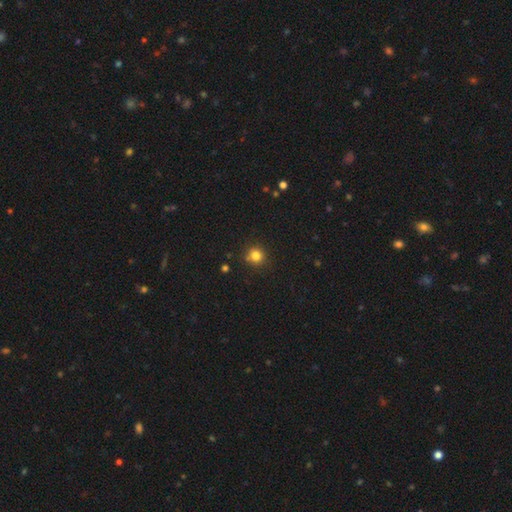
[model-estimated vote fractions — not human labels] Q: Smooth or featured?
A: smooth (81%); runner-up: star or artifact (14%)
Q: How rounded?
A: round (91%); runner-up: in between (8%)
Q: Merging?
A: none (82%); runner-up: minor disturbance (10%)